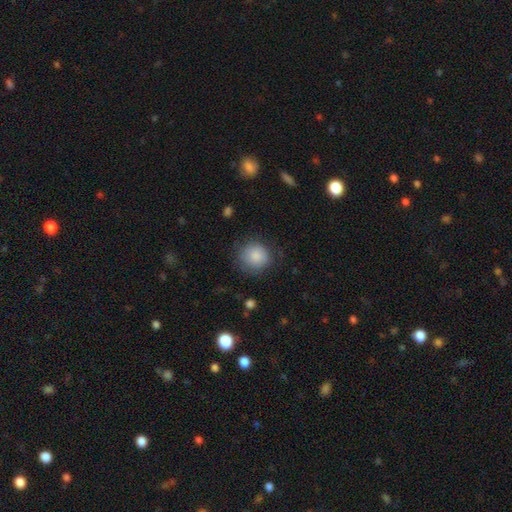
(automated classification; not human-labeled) This is clearly a smooth galaxy (85%). How rounded: clearly round (89%). Merging: likely none (76%).